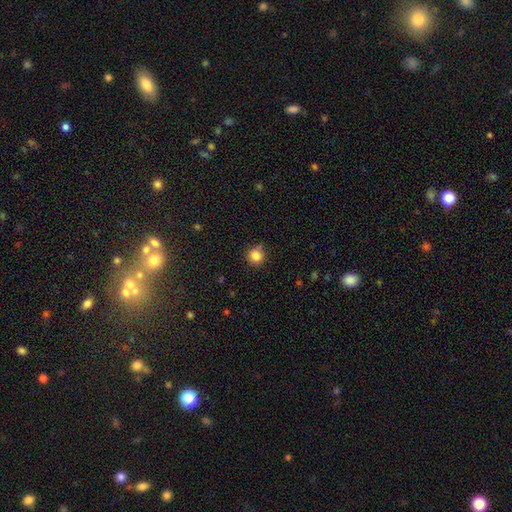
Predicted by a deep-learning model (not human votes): Smooth or featured?
  - smooth: 83% *
  - star or artifact: 12%
  - featured or disk: 5%
How rounded?
  - round: 91% *
  - in between: 8%
  - cigar-shaped: 1%
Merging?
  - none: 78% *
  - minor disturbance: 16%
  - major disturbance: 3%
  - merger: 3%